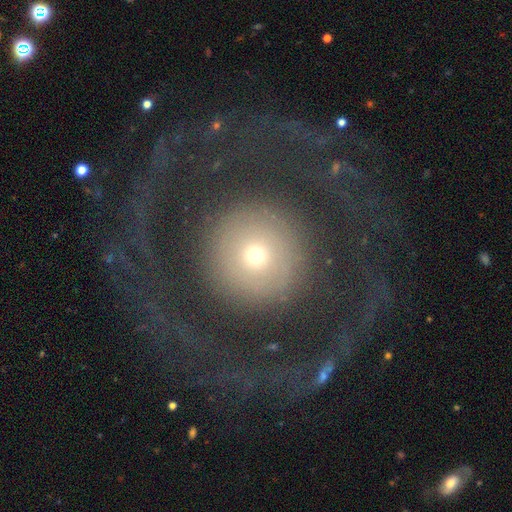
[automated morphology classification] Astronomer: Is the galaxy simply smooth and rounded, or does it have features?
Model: featured or disk — 57% (runner-up: smooth, 33%).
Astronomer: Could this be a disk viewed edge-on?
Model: no — 94%.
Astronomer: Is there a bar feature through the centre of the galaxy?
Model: no — 87%.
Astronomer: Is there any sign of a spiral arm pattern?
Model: no — 54% (runner-up: yes, 46%).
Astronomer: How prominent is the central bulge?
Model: small — 61%.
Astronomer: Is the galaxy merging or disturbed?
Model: none — 71%.